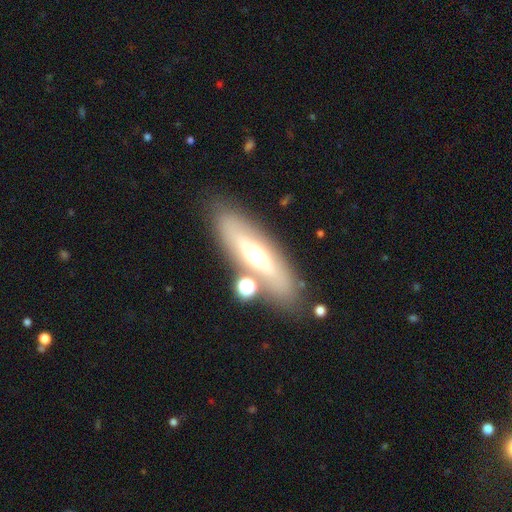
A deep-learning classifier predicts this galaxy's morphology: Overall: featured or disk (50%; smooth 41%). Edge-on disk: yes (56%; no 44%). Merging: none (75%).